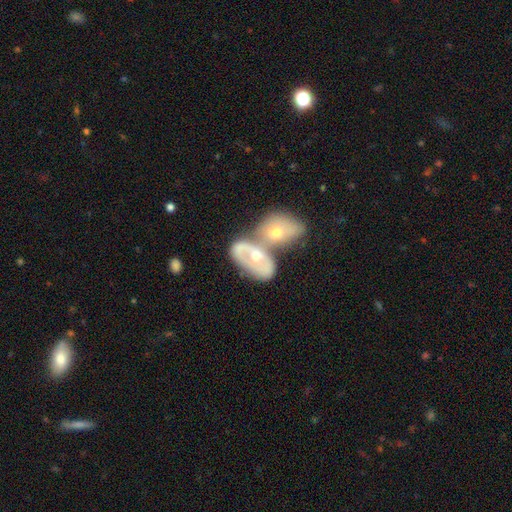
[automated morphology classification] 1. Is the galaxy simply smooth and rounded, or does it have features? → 59% featured or disk, 34% smooth, 7% star or artifact.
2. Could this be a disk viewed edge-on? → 92% no, 8% yes.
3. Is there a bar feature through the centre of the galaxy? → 76% no, 18% weak, 6% strong.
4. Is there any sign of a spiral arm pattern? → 60% no, 40% yes.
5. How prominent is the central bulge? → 68% moderate, 24% small, 4% large, 2% none, 1% dominant.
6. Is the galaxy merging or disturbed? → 68% merger, 18% none, 8% minor disturbance, 5% major disturbance.